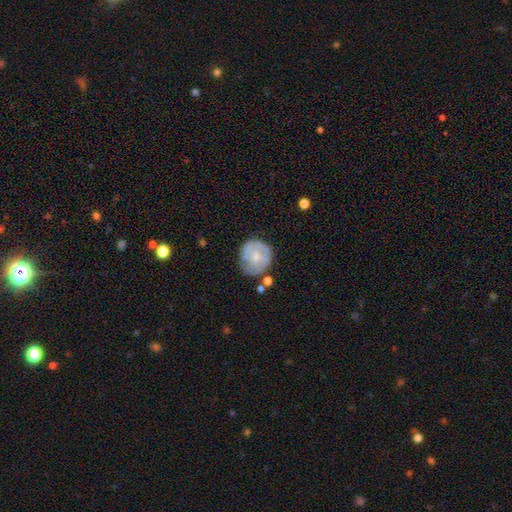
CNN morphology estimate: A featured or disk galaxy (52%) with no bar (74%), spiral arms (62%) and a small central bulge (45%). Merging: none (68%).